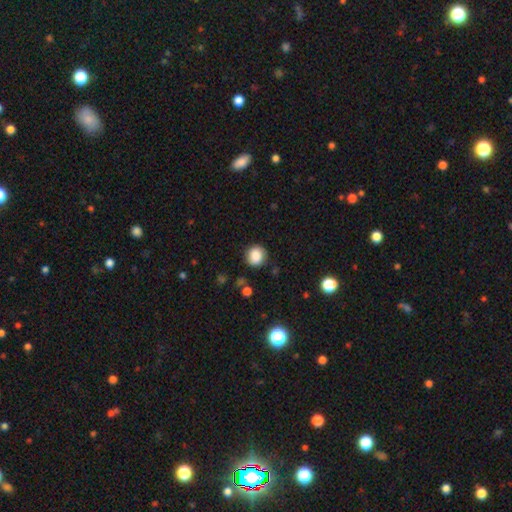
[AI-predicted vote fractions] This is clearly a smooth galaxy (83%). How rounded: clearly round (83%). Merging: clearly none (83%).